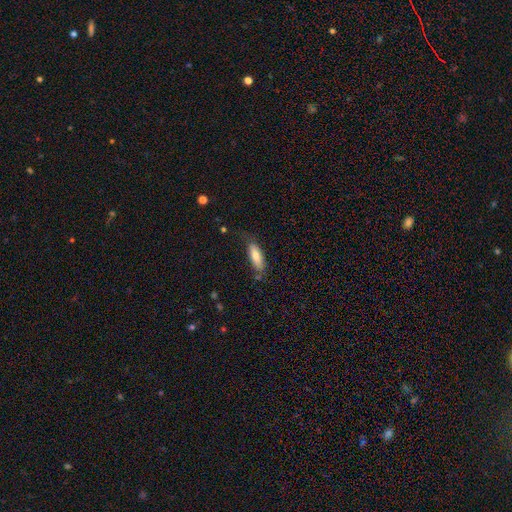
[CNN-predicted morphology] This is likely a smooth galaxy (78%). How rounded: likely in between (63%). Merging: likely none (69%).